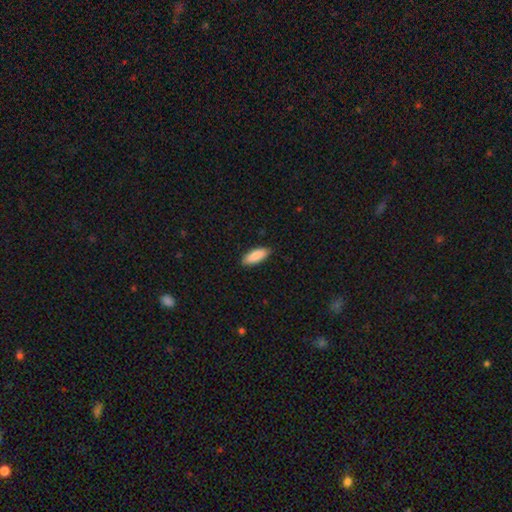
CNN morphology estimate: Smooth or featured: smooth — 89% (featured or disk — 6%)
How rounded: in between — 74% (cigar-shaped — 24%)
Merging: none — 88% (minor disturbance — 9%)